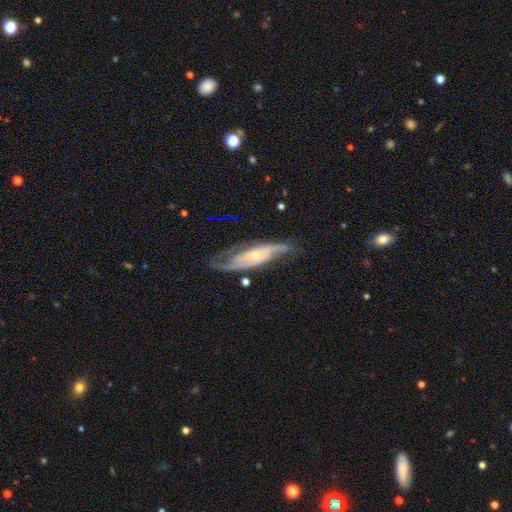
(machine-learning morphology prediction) Smooth or featured? Predicted: featured or disk (p=0.83). Edge-on disk? Predicted: no (p=0.82). Bar? Predicted: no (p=0.62). Spiral arms? Predicted: yes (p=0.94). Spiral winding? Predicted: medium (p=0.43). Spiral arm count? Predicted: 2 (p=0.69). Bulge size? Predicted: small (p=0.62). Merging? Predicted: none (p=0.65).